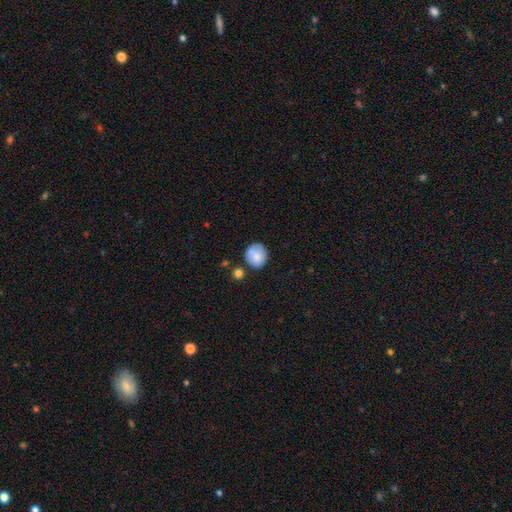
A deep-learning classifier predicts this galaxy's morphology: Smooth or featured? smooth (77%)
How rounded? round (78%)
Merging? none (66%)